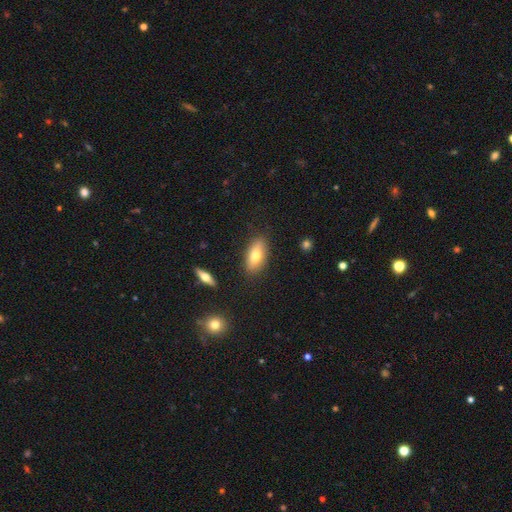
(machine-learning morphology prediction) A smooth galaxy with no disk features (71%) that is in between round and cigar-shaped (84%).

Vote fractions:
- Smooth or featured? smooth: 71% / featured or disk: 22% / star or artifact: 7%
- How rounded? in between: 84% / cigar-shaped: 13% / round: 3%
- Merging? none: 84% / minor disturbance: 11% / major disturbance: 3% / merger: 2%